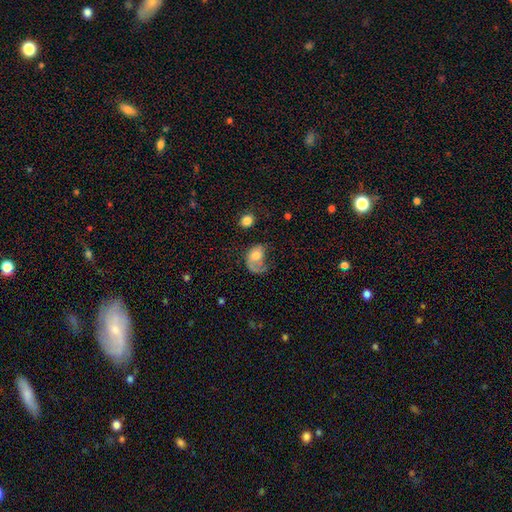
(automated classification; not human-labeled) This is possibly a smooth galaxy (47%). Merging: possibly major disturbance (51%).